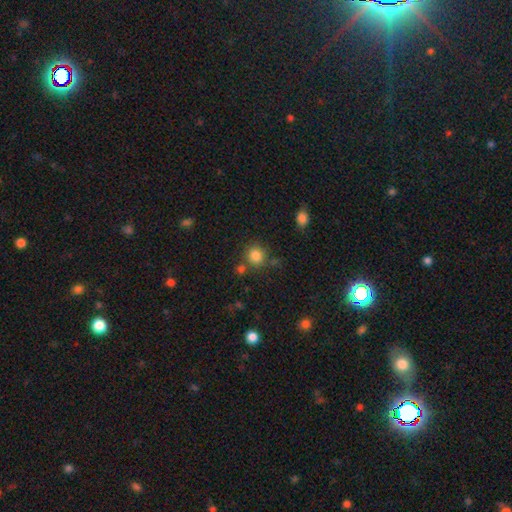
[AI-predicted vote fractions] This appears to be a smooth galaxy with no disk features (83%) that is round (87%). Merging: none (74%).